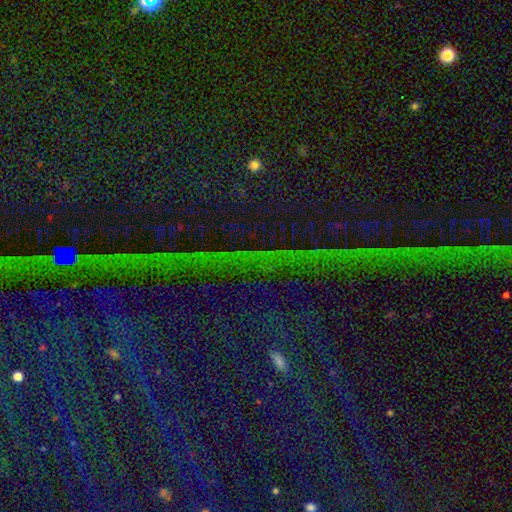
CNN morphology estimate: Smooth or featured? star or artifact (84%)